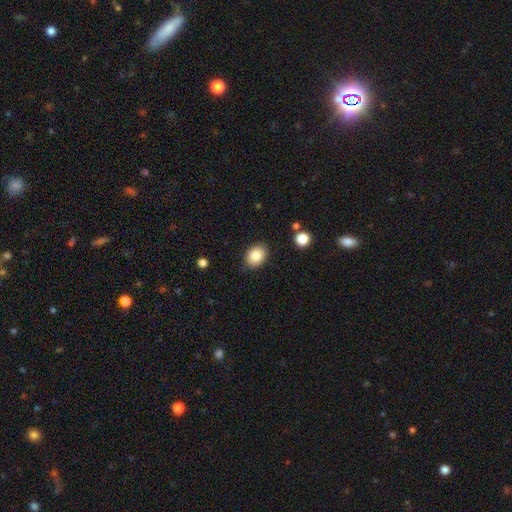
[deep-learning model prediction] smooth-or-featured: smooth: 85% | star or artifact: 8% | featured or disk: 7%
  how-rounded: in between: 63% | round: 36% | cigar-shaped: 1%
  merging: none: 88% | minor disturbance: 9% | major disturbance: 2% | merger: 1%